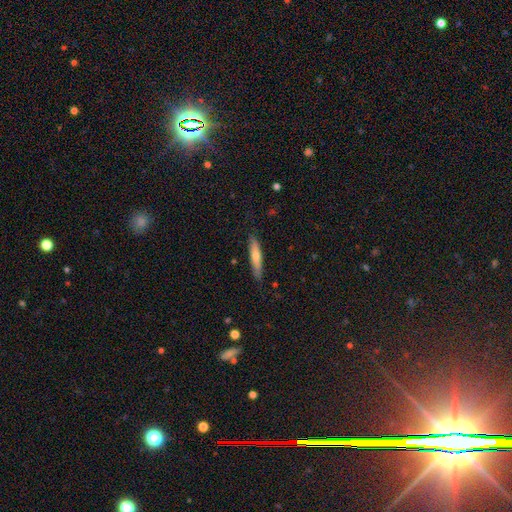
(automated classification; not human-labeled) Smooth or featured?
  - smooth: 63% *
  - featured or disk: 32%
  - star or artifact: 6%
How rounded?
  - cigar-shaped: 85% *
  - in between: 13%
  - round: 2%
Merging?
  - none: 83% *
  - minor disturbance: 13%
  - major disturbance: 2%
  - merger: 1%